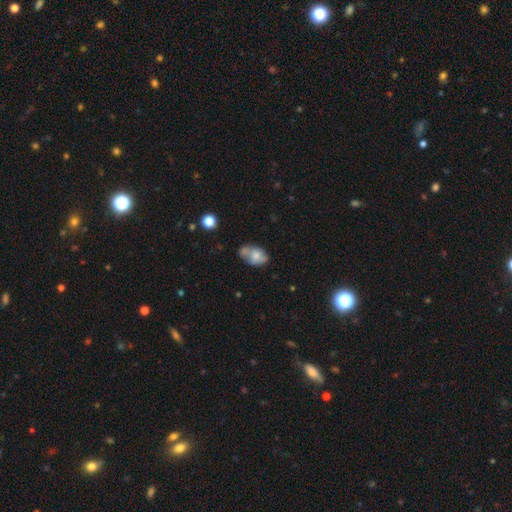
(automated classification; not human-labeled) Q: Smooth or featured?
A: smooth (63%); runner-up: featured or disk (29%)
Q: How rounded?
A: in between (82%); runner-up: round (16%)
Q: Merging?
A: none (37%); runner-up: merger (27%)